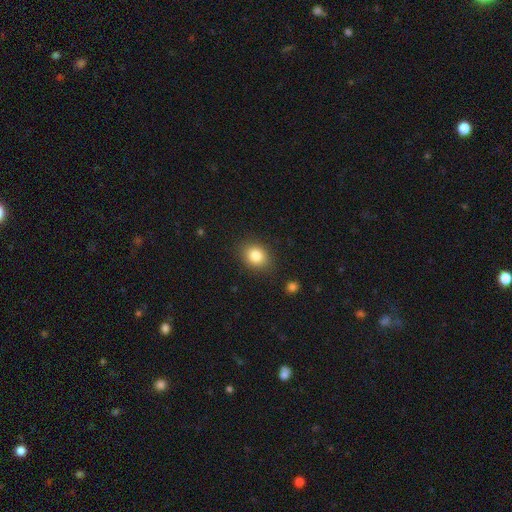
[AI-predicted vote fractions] smooth-or-featured: smooth: 83% | star or artifact: 10% | featured or disk: 7%
  how-rounded: in between: 50% | round: 49% | cigar-shaped: 1%
  merging: none: 85% | minor disturbance: 10% | major disturbance: 3% | merger: 2%